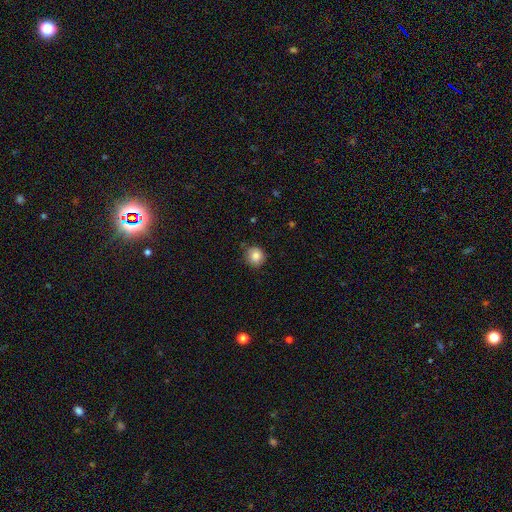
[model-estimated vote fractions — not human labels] Smooth or featured: smooth — 85% (star or artifact — 9%)
How rounded: round — 89% (in between — 10%)
Merging: none — 81% (minor disturbance — 14%)